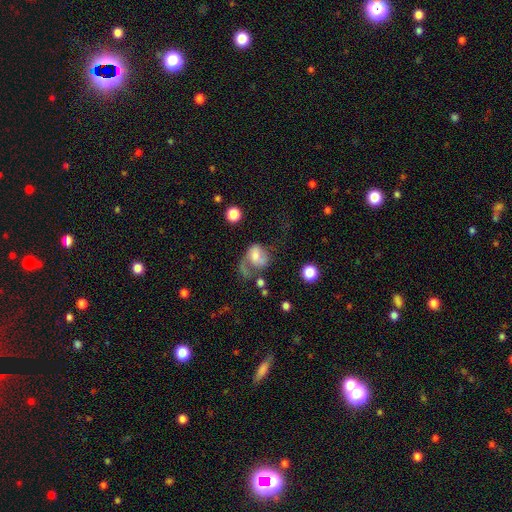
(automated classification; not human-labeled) smooth-or-featured: featured or disk: 53% | smooth: 37% | star or artifact: 9%
  disk-edge-on: no: 97% | yes: 3%
    bar: no: 60% | weak: 32% | strong: 8%
    has-spiral-arms: yes: 76% | no: 24%
    bulge-size: moderate: 43% | small: 28% | large: 14% | none: 12% | dominant: 3%
  merging: major disturbance: 48% | none: 24% | minor disturbance: 18% | merger: 11%